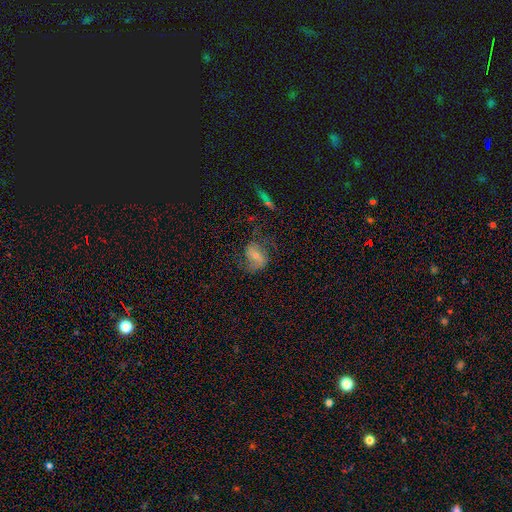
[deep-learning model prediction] Smooth or featured? Predicted: featured or disk (p=0.49). Merging? Predicted: none (p=0.50).